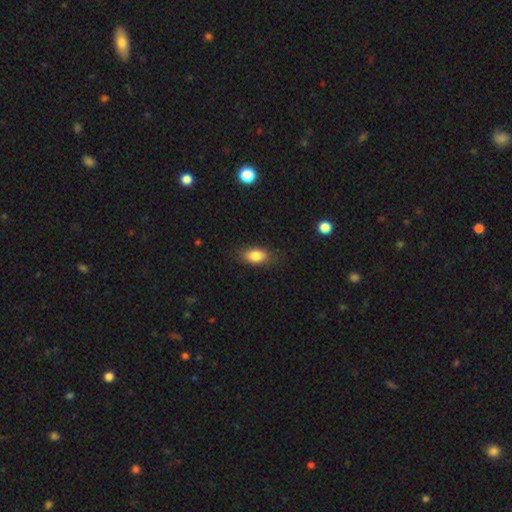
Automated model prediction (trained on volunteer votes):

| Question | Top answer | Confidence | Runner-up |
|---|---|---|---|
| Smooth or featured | smooth | 83% | featured or disk (9%) |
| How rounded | in between | 86% | round (8%) |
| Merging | none | 81% | minor disturbance (14%) |